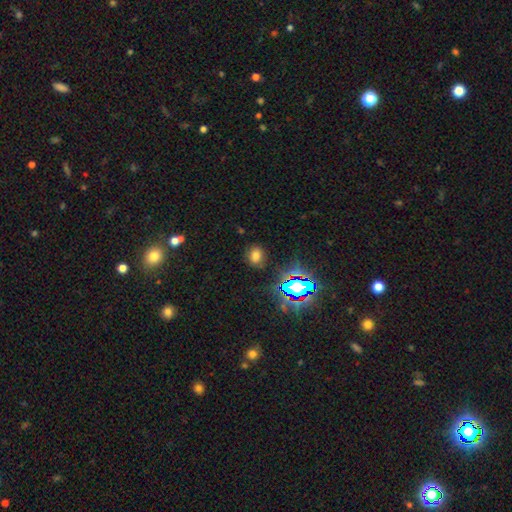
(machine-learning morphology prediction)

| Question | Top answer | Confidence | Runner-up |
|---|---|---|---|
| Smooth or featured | smooth | 65% | star or artifact (26%) |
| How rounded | round | 54% | in between (45%) |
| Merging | none | 84% | minor disturbance (10%) |